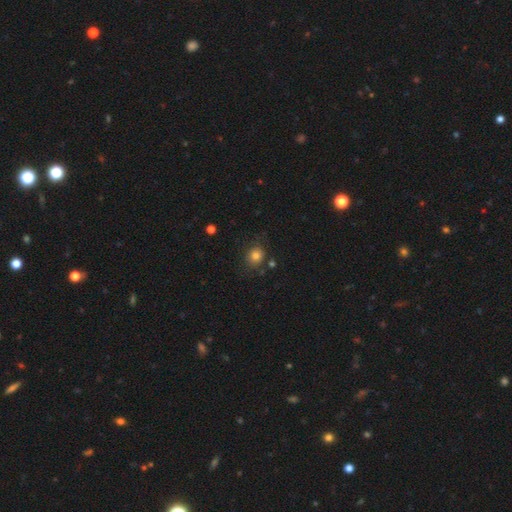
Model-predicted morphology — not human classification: A smooth galaxy with no disk features (80%) that is round (70%). Merging: none (77%).